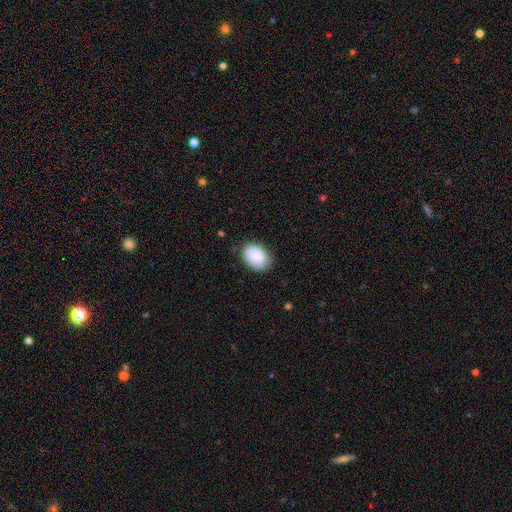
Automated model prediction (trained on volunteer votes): Smooth or featured? Predicted: smooth (p=0.84). How rounded? Predicted: in between (p=0.79). Merging? Predicted: none (p=0.79).